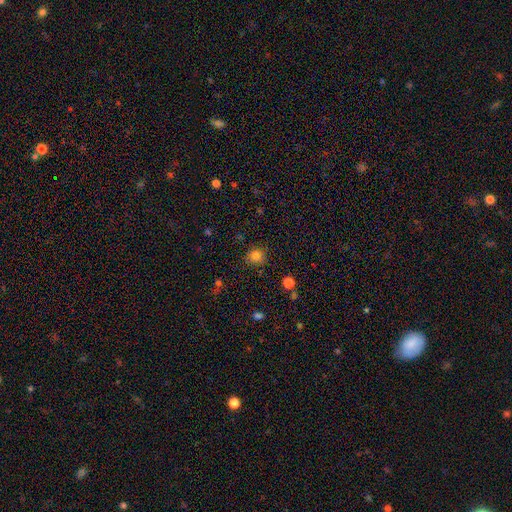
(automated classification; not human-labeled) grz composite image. It shows a smooth galaxy with no disk features (82%) that is round (85%). Merging: none (84%).